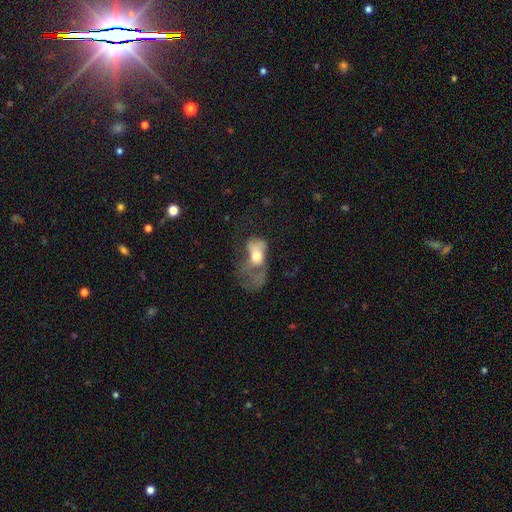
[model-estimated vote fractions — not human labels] The model was most divided on "smooth or featured": smooth: 55%, featured or disk: 36%, star or artifact: 9%. More confident: how rounded — in between (81%); merging — major disturbance (69%).